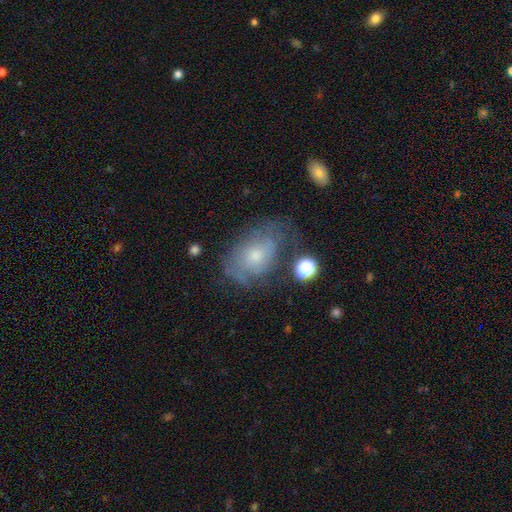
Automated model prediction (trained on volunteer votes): smooth_or_featured: featured or disk (p=0.48) [alt: smooth p=0.42]
merging: none (p=0.47) [alt: minor disturbance p=0.28]